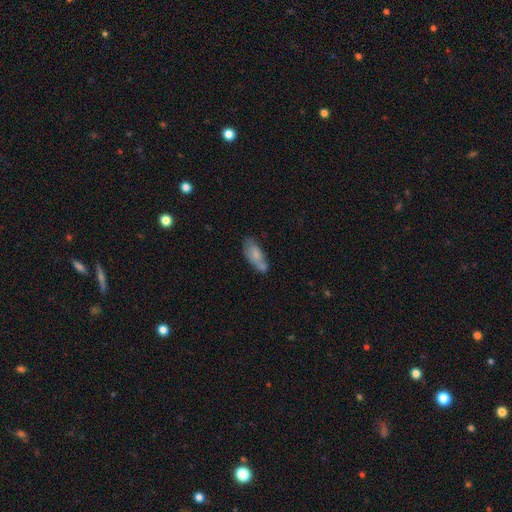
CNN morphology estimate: smooth_or_featured: smooth (p=0.70) [alt: featured or disk p=0.22]
how_rounded: in between (p=0.77) [alt: cigar-shaped p=0.21]
merging: none (p=0.46) [alt: minor disturbance p=0.24]